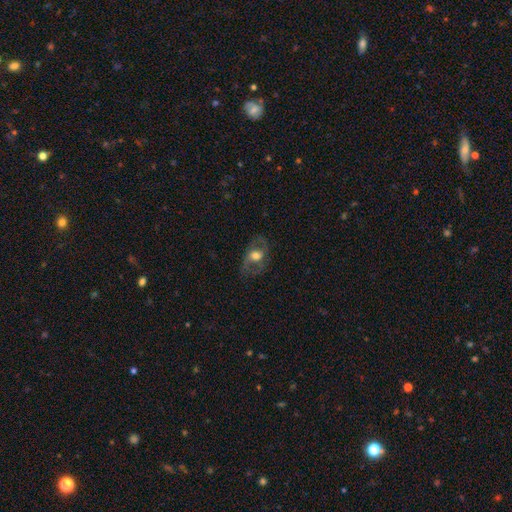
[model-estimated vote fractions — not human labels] Overall: featured or disk (55%; smooth 37%). Edge-on disk: no (90%). Merging: none (67%).